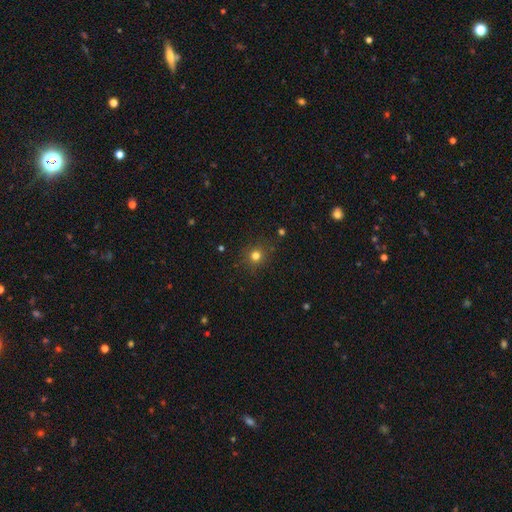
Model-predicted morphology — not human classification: Smooth or featured? Predicted: smooth (p=0.77). How rounded? Predicted: round (p=0.90). Merging? Predicted: none (p=0.87).